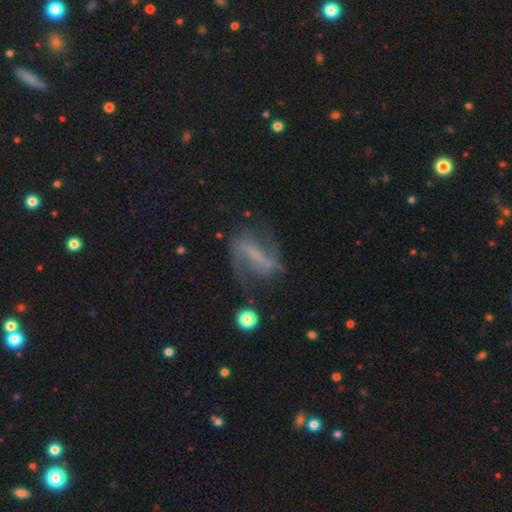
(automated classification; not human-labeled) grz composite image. It shows a featured or disk galaxy (81%) with a strong bar (62%), 2 (89%) loose (46%) spiral arms (91%) and no central bulge (59%). Merging: none (70%).